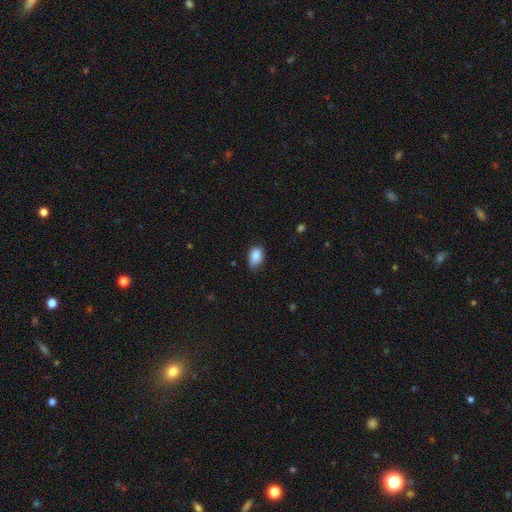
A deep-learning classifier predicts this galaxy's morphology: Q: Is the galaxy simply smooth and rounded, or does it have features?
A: smooth — 85%.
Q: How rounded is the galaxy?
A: in between — 85%.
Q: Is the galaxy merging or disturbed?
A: none — 56%.